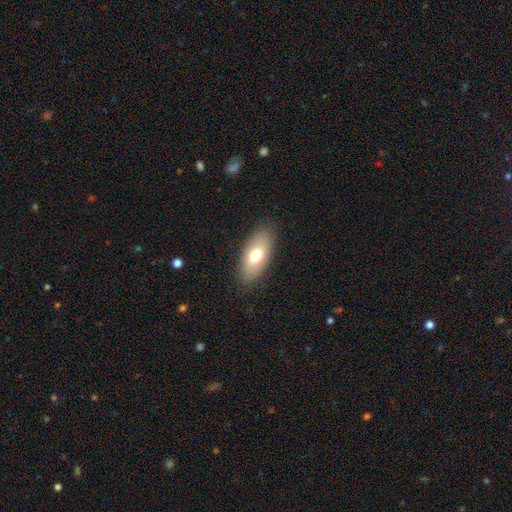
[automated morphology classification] Overall: smooth (71%). How rounded: in between (88%). Merging: none (86%).